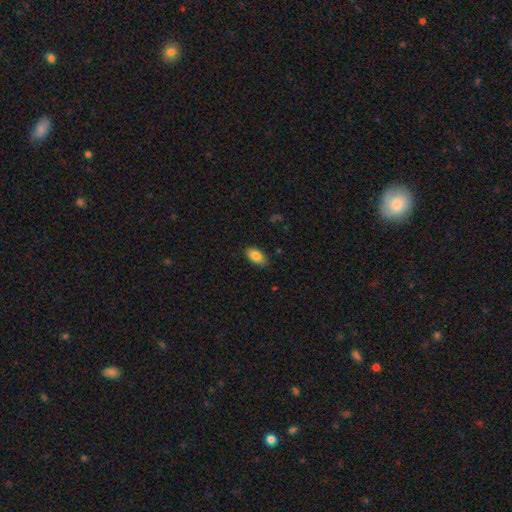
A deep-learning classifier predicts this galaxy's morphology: type=smooth (84%); roundness=in between (93%); merging=none (84%).